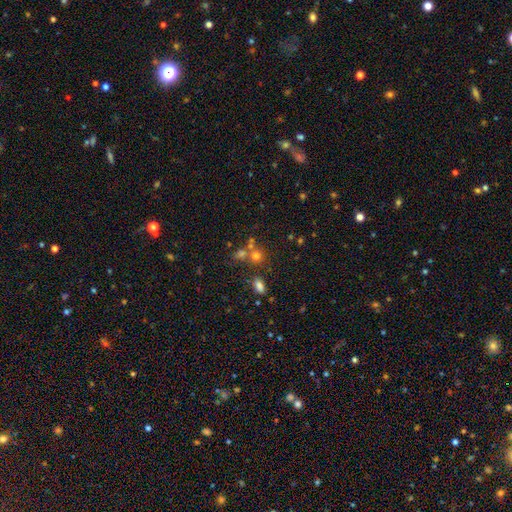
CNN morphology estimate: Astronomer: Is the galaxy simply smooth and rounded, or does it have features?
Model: smooth — 65%.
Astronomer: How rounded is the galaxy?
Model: round — 79%.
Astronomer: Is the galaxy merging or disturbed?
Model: none — 52% (runner-up: merger, 34%).